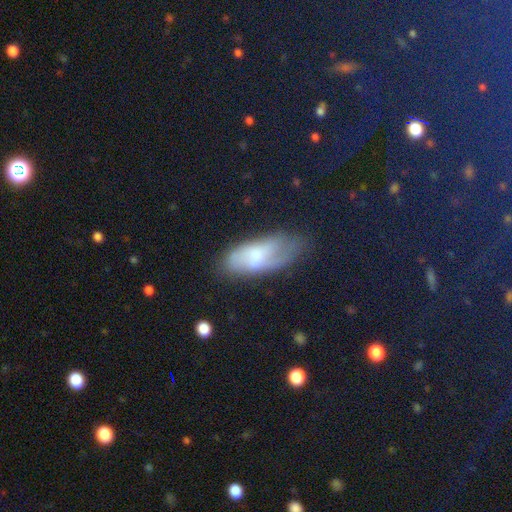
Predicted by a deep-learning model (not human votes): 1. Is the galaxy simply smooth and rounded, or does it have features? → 54% smooth, 38% featured or disk, 9% star or artifact.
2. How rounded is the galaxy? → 80% in between, 17% cigar-shaped, 3% round.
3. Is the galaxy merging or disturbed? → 50% none, 30% minor disturbance, 17% major disturbance, 3% merger.